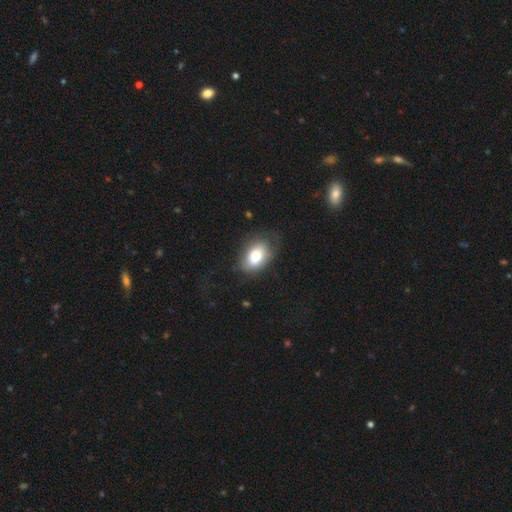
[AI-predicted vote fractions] Smooth or featured?
  - smooth: 75% *
  - featured or disk: 17%
  - star or artifact: 8%
How rounded?
  - in between: 83% *
  - round: 16%
  - cigar-shaped: 1%
Merging?
  - none: 69% *
  - minor disturbance: 20%
  - major disturbance: 9%
  - merger: 1%